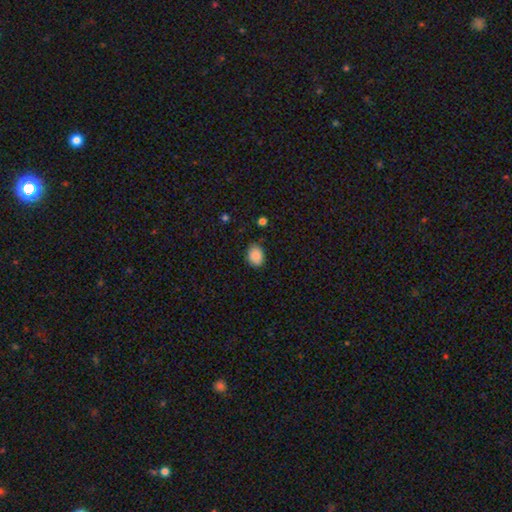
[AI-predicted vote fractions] smooth_or_featured: smooth (p=0.88) [alt: star or artifact p=0.08]
how_rounded: in between (p=0.64) [alt: round p=0.35]
merging: none (p=0.82) [alt: minor disturbance p=0.14]